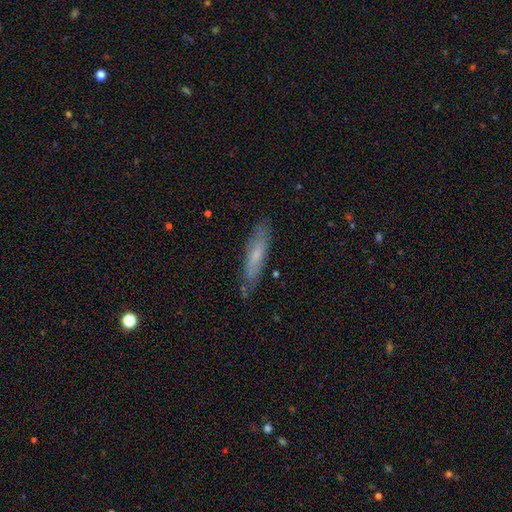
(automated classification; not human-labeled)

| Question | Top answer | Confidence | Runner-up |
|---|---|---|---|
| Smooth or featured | smooth | 55% | featured or disk (38%) |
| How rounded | cigar-shaped | 77% | in between (22%) |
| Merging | none | 76% | minor disturbance (18%) |